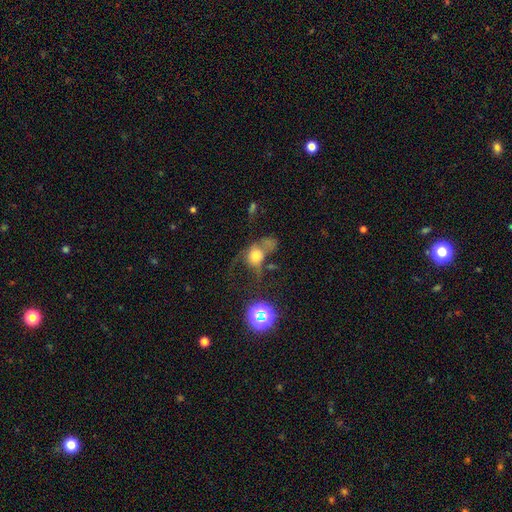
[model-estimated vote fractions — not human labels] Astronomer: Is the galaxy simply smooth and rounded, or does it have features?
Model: smooth — 52% (runner-up: featured or disk, 30%).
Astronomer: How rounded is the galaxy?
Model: round — 56% (runner-up: in between, 42%).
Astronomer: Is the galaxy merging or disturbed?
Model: major disturbance — 46%.